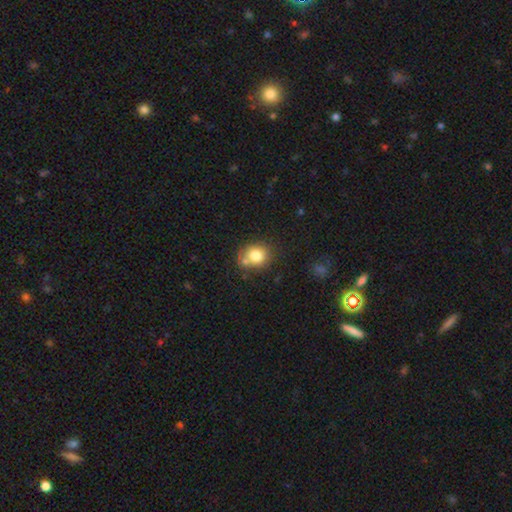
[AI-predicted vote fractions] smooth-or-featured: smooth: 79% | featured or disk: 11% | star or artifact: 10%
  how-rounded: round: 73% | in between: 26% | cigar-shaped: 1%
  merging: none: 63% | merger: 17% | minor disturbance: 16% | major disturbance: 5%